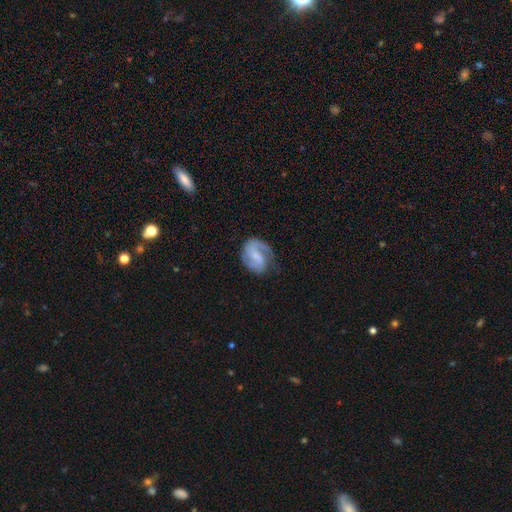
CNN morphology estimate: featured or disk 79%, smooth 15%, star or artifact 6%. Down the decision tree: edge-on disk — no (98%); bar — weak (51%); spiral arms — yes (95%); spiral arm count — 2 (76%); spiral winding — medium (49%); bulge size — small (43%); merging — none (65%).